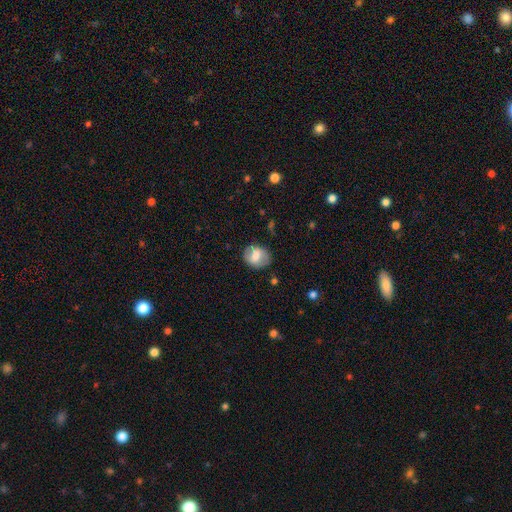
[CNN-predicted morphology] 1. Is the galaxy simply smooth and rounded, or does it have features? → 62% smooth, 31% featured or disk, 7% star or artifact.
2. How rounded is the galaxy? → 52% round, 47% in between, 1% cigar-shaped.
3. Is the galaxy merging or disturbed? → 81% none, 14% minor disturbance, 4% major disturbance, 1% merger.